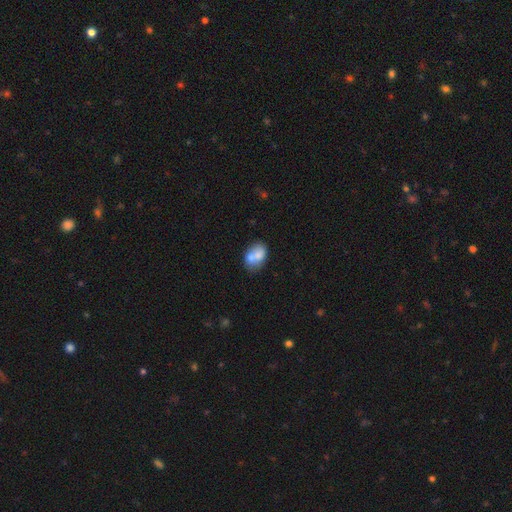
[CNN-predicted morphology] smooth_or_featured: smooth (p=0.71) [alt: featured or disk p=0.21]
how_rounded: in between (p=0.77) [alt: round p=0.21]
merging: merger (p=0.44) [alt: none p=0.37]